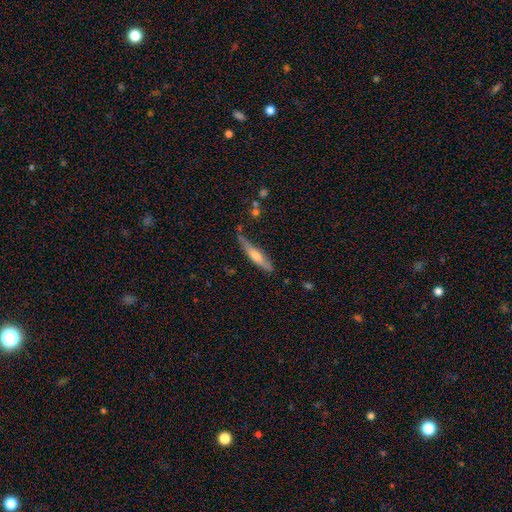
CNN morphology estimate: type=smooth (48%); merging=none (69%).